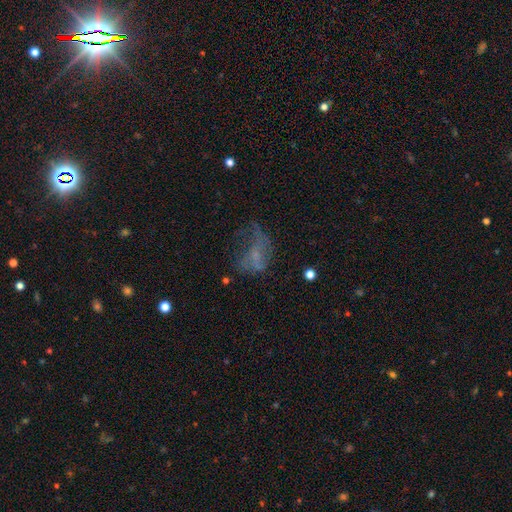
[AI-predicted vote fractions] This is possibly a featured or disk galaxy (46%). Merging: possibly major disturbance (46%).